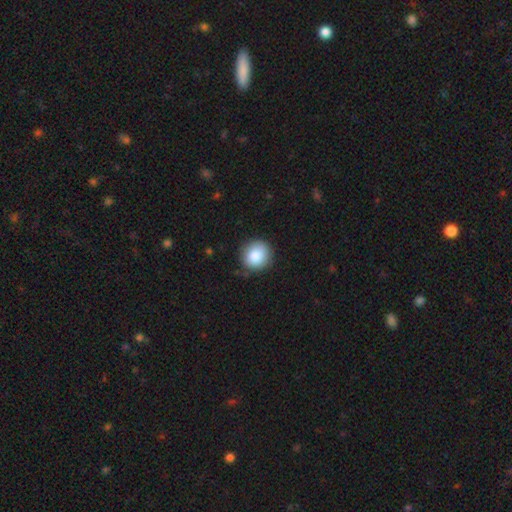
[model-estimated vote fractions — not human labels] Q: Smooth or featured?
A: smooth (87%); runner-up: star or artifact (8%)
Q: How rounded?
A: round (90%); runner-up: in between (9%)
Q: Merging?
A: none (86%); runner-up: minor disturbance (11%)